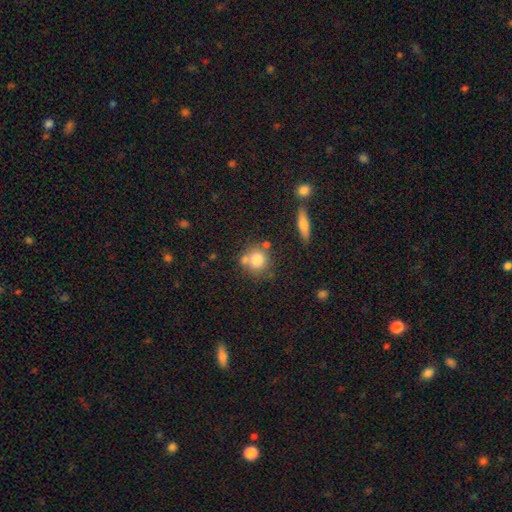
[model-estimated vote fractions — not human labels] Smooth or featured? smooth (72%)
How rounded? round (86%)
Merging? none (60%)